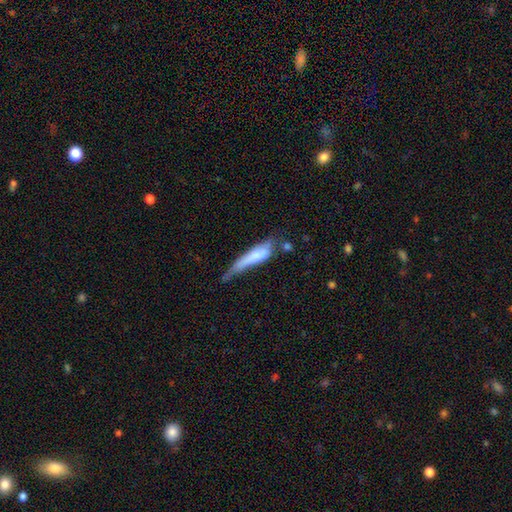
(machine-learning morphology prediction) This is likely a smooth galaxy (67%). How rounded: likely cigar-shaped (72%). Merging: marginally minor disturbance (32%, tied with major disturbance).